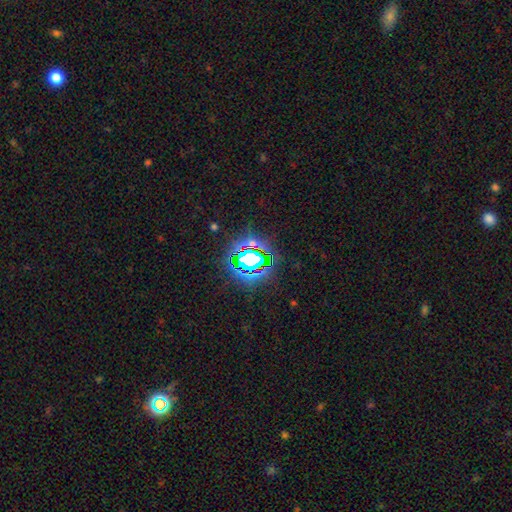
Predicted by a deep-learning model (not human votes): star or artifact 73%, smooth 16%, featured or disk 11%.